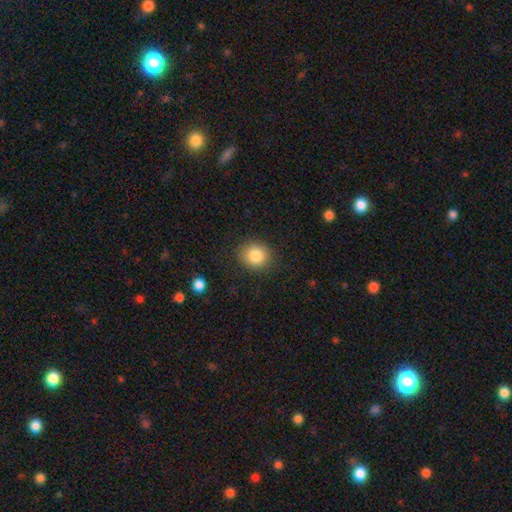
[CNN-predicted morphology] This is clearly a smooth galaxy (85%). How rounded: clearly round (83%). Merging: clearly none (87%).